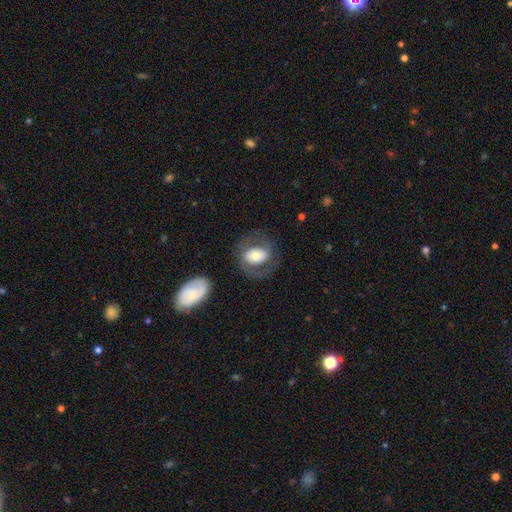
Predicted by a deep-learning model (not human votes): This is possibly a featured or disk galaxy (49%). Merging: likely none (66%).